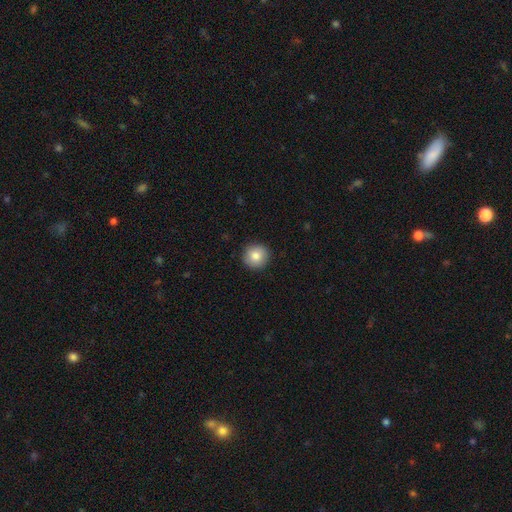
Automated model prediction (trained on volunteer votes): Smooth or featured?
  - smooth: 83% *
  - featured or disk: 9%
  - star or artifact: 8%
How rounded?
  - round: 94% *
  - in between: 5%
  - cigar-shaped: 1%
Merging?
  - none: 91% *
  - minor disturbance: 7%
  - major disturbance: 2%
  - merger: 1%